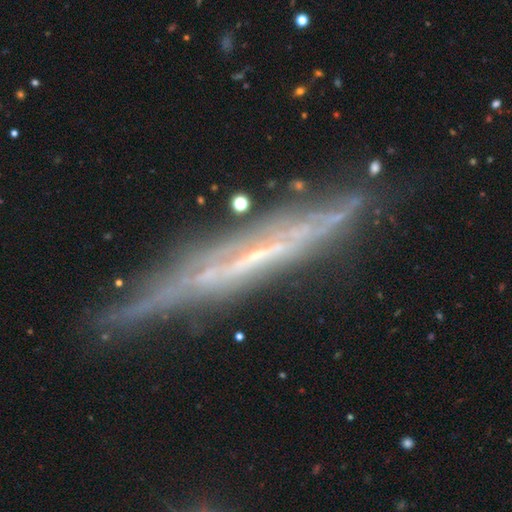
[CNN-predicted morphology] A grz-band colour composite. It shows a featured or disk galaxy (76%) viewed edge-on (92%) with no central bulge (79%). Merging: none (79%).